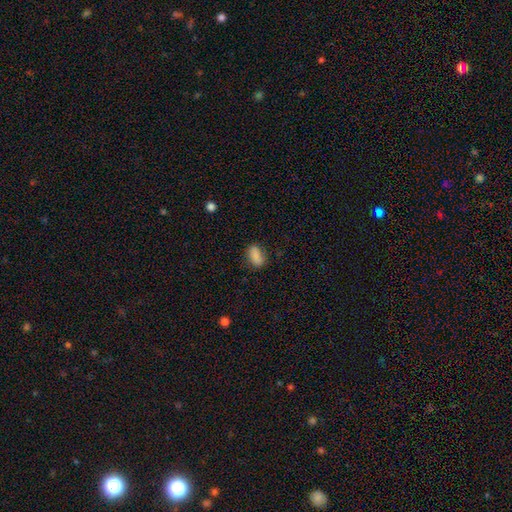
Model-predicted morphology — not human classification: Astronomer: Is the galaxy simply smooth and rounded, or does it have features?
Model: smooth — 86%.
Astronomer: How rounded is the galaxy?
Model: in between — 89%.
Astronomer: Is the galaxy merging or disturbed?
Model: none — 77%.